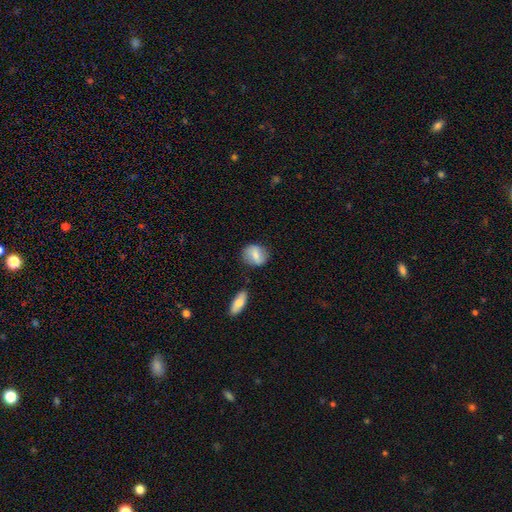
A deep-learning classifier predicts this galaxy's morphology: smooth_or_featured: smooth (p=0.69) [alt: featured or disk p=0.24]
how_rounded: round (p=0.51) [alt: in between p=0.46]
merging: none (p=0.76) [alt: minor disturbance p=0.16]